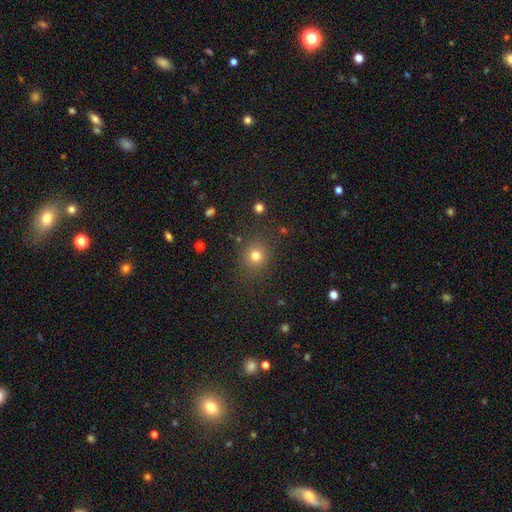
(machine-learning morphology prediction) Smooth or featured: smooth — 78% (star or artifact — 15%)
How rounded: round — 87% (in between — 12%)
Merging: none — 85% (minor disturbance — 9%)